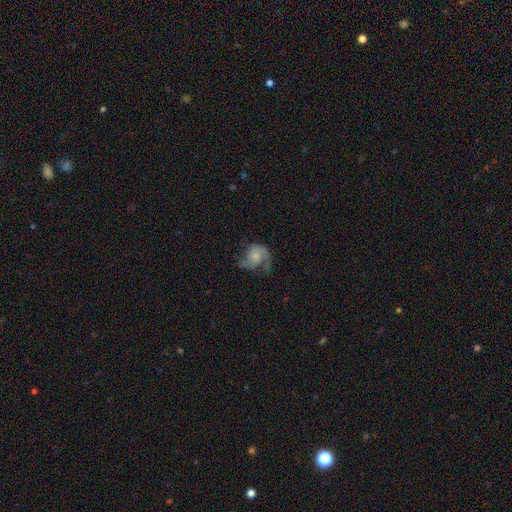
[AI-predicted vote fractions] Smooth or featured? Predicted: featured or disk (p=0.66). Edge-on disk? Predicted: no (p=0.98). Bar? Predicted: no (p=0.74). Spiral arms? Predicted: yes (p=0.88). Spiral winding? Predicted: loose (p=0.46). Spiral arm count? Predicted: 2 (p=0.65). Bulge size? Predicted: small (p=0.42). Merging? Predicted: none (p=0.44).